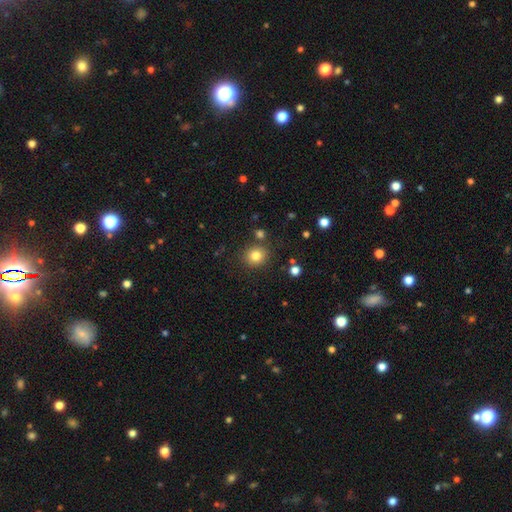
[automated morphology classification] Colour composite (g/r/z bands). It shows a smooth galaxy with no disk features (82%) that is round (82%). Merging: none (84%).